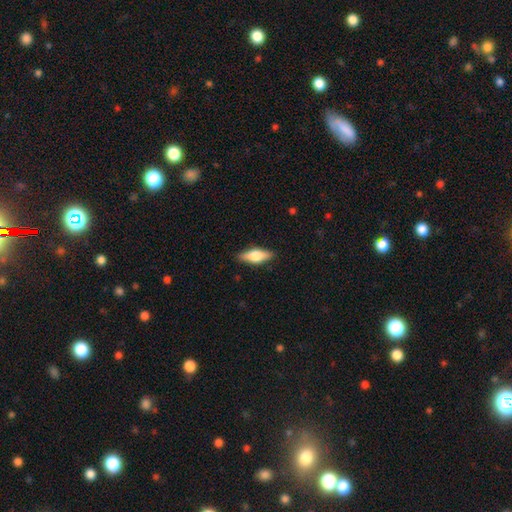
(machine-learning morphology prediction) Smooth or featured? smooth (56%)
How rounded? in between (66%)
Merging? none (88%)